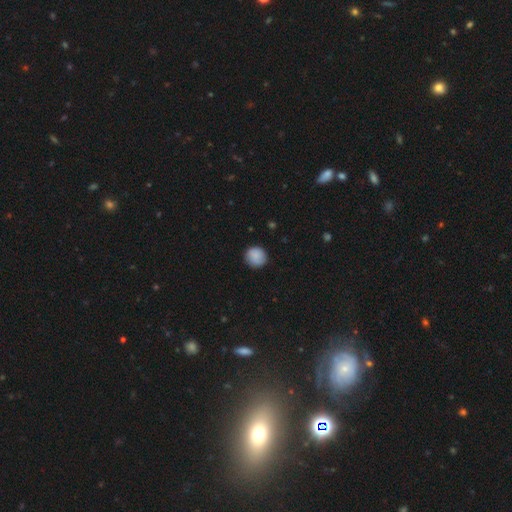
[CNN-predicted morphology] smooth 89%, star or artifact 7%, featured or disk 4%. Down the decision tree: how rounded — round (93%); merging — none (88%).